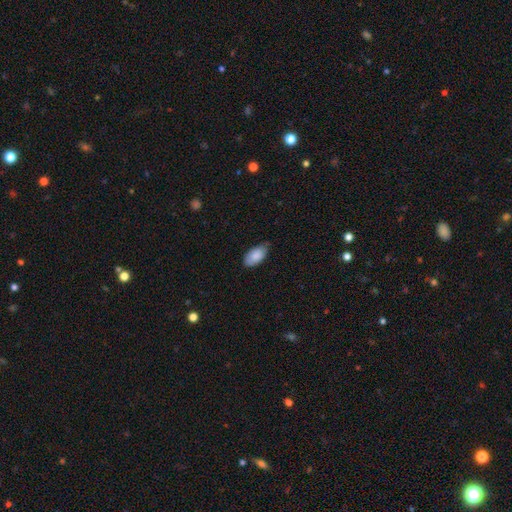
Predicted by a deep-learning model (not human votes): smooth-or-featured: smooth: 86% | featured or disk: 8% | star or artifact: 6%
  how-rounded: in between: 95% | round: 3% | cigar-shaped: 2%
  merging: none: 70% | minor disturbance: 25% | major disturbance: 3% | merger: 1%